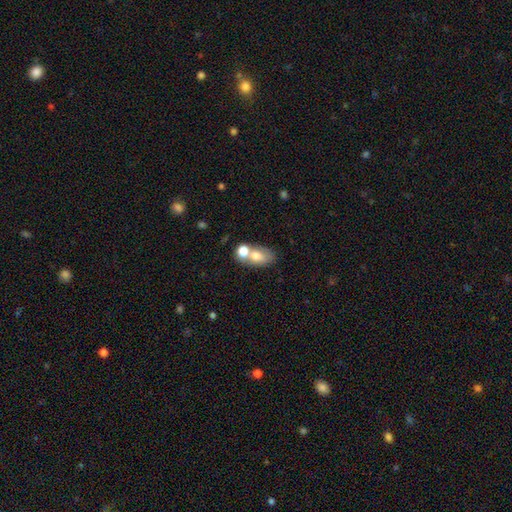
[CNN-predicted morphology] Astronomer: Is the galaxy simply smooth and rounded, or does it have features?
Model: smooth — 71%.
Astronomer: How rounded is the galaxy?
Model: in between — 82%.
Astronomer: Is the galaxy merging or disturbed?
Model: merger — 46% (runner-up: none, 37%).